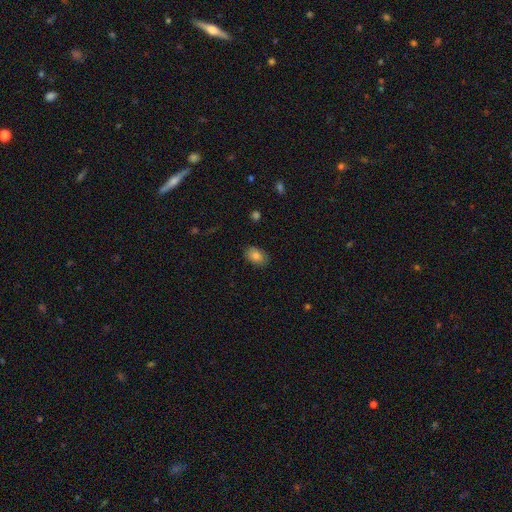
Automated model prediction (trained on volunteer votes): smooth-or-featured: smooth: 83% | featured or disk: 9% | star or artifact: 8%
  how-rounded: in between: 86% | round: 13% | cigar-shaped: 1%
  merging: none: 86% | minor disturbance: 11% | major disturbance: 2% | merger: 1%